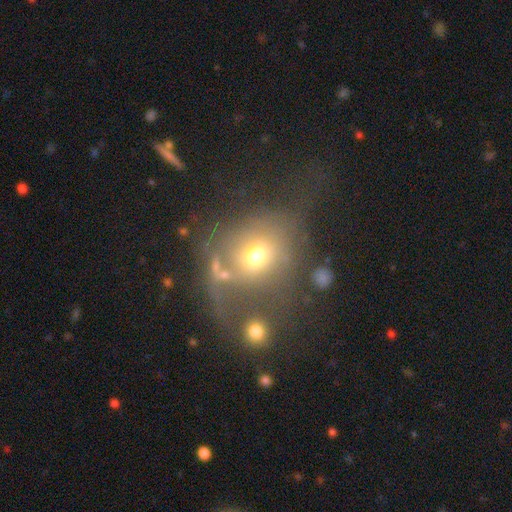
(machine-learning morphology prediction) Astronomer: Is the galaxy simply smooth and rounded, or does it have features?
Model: smooth — 57%.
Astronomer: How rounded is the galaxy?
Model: round — 68%.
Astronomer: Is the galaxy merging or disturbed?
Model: none — 36% (runner-up: major disturbance, 28%).